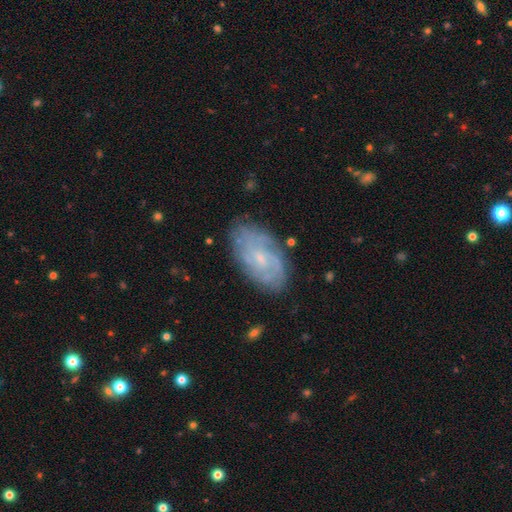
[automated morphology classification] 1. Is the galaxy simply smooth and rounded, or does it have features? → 59% featured or disk, 29% smooth, 11% star or artifact.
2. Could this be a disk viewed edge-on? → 93% no, 7% yes.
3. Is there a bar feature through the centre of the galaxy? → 72% no, 24% weak, 4% strong.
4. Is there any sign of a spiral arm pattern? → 83% yes, 17% no.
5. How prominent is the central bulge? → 69% small, 24% moderate, 4% none, 1% large, 1% dominant.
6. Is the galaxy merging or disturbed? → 81% none, 14% minor disturbance, 4% major disturbance, 2% merger.